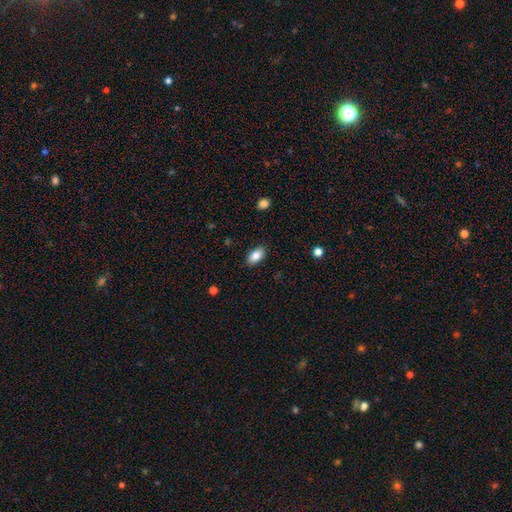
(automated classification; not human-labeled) Morphology: type=smooth (84%); roundness=in between (93%); merging=none (88%).